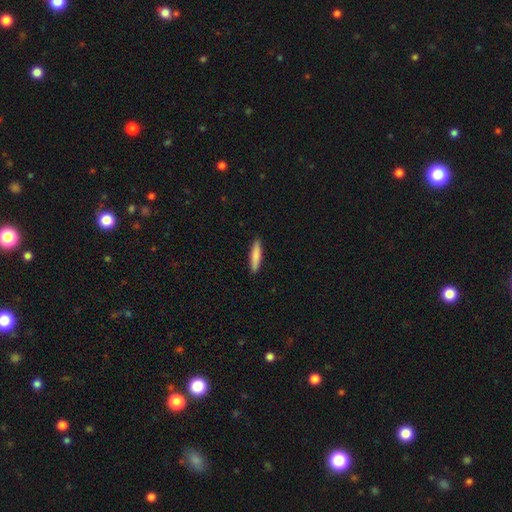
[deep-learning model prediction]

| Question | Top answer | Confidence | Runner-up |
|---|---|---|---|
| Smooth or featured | smooth | 81% | featured or disk (13%) |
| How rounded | cigar-shaped | 87% | in between (12%) |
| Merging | none | 91% | minor disturbance (7%) |